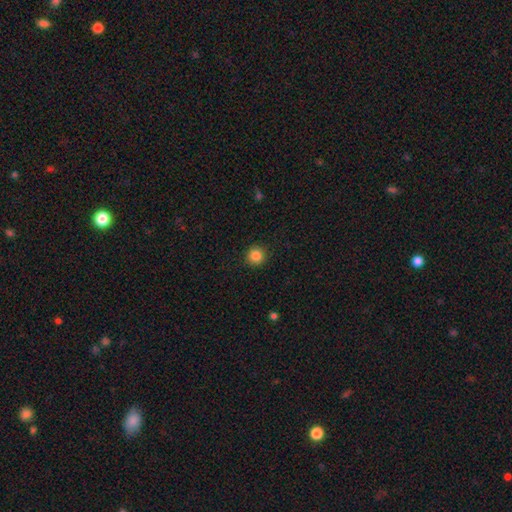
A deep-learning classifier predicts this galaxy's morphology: The model was most divided on "smooth or featured": smooth: 86%, star or artifact: 11%, featured or disk: 4%. More confident: how rounded — round (94%); merging — none (91%).